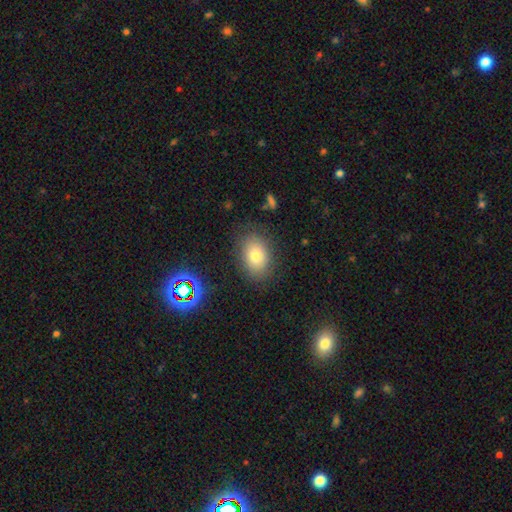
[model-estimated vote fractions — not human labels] Q: Smooth or featured?
A: smooth (76%); runner-up: featured or disk (13%)
Q: How rounded?
A: in between (73%); runner-up: round (26%)
Q: Merging?
A: none (82%); runner-up: minor disturbance (12%)